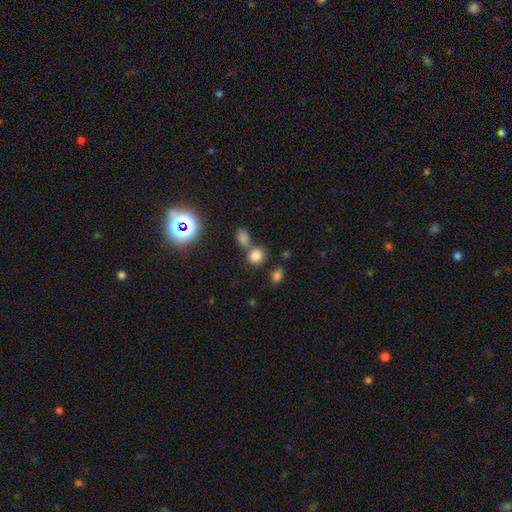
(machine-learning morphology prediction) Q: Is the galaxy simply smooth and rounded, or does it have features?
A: smooth — 78%.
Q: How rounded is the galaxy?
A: round — 67%.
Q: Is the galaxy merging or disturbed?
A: none — 56%.